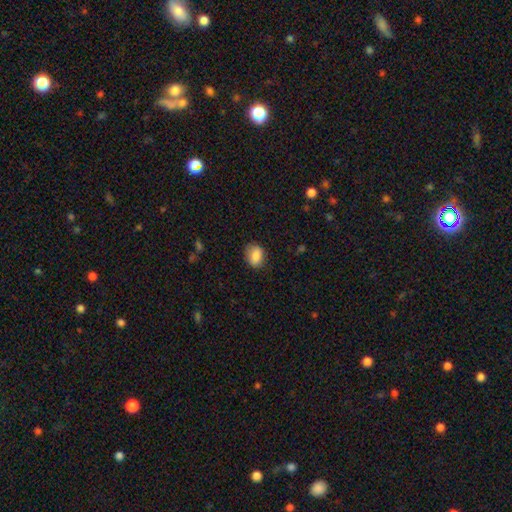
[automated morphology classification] smooth_or_featured: smooth (p=0.86) [alt: star or artifact p=0.08]
how_rounded: in between (p=0.68) [alt: round p=0.31]
merging: none (p=0.76) [alt: minor disturbance p=0.18]